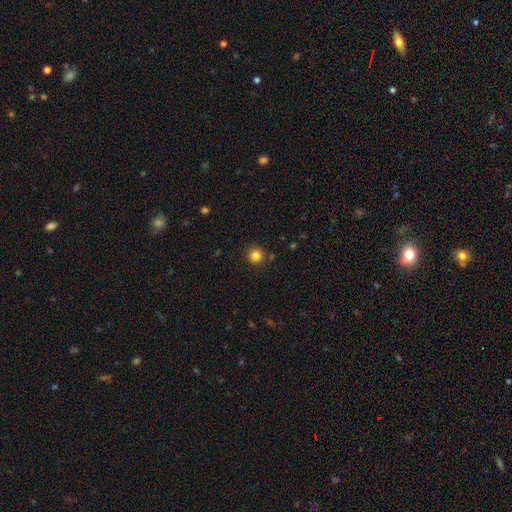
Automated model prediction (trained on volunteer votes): smooth_or_featured: smooth (p=0.82) [alt: star or artifact p=0.13]
how_rounded: round (p=0.94) [alt: in between p=0.05]
merging: none (p=0.88) [alt: minor disturbance p=0.07]